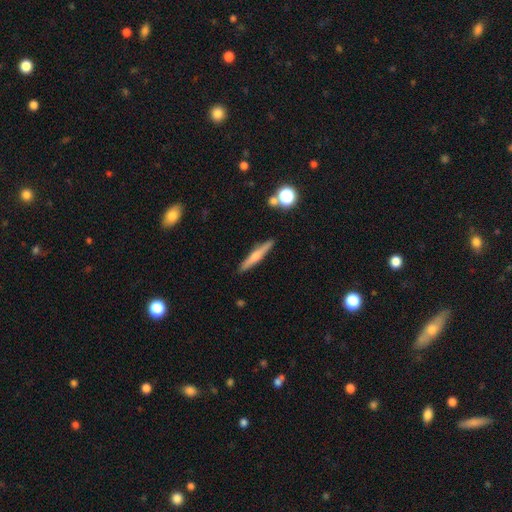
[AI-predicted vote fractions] Smooth or featured: featured or disk — 47% (smooth — 46%)
Merging: none — 89% (minor disturbance — 7%)